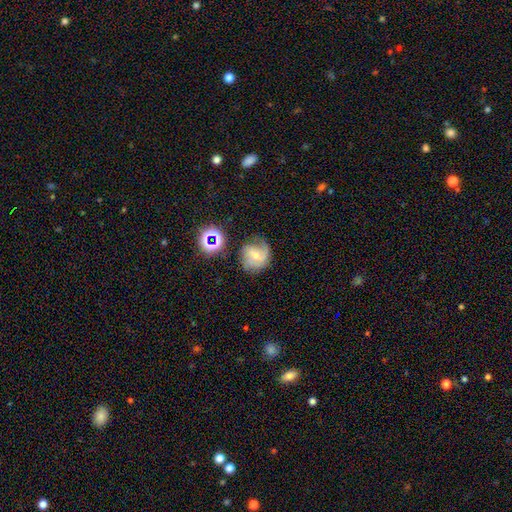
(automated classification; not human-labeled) smooth_or_featured: featured or disk (p=0.59) [alt: smooth p=0.28]
disk_edge_on: no (p=0.97) [alt: yes p=0.03]
bar: weak (p=0.47) [alt: no p=0.39]
has_spiral_arms: yes (p=0.88) [alt: no p=0.12]
bulge_size: small (p=0.51) [alt: moderate p=0.42]
merging: none (p=0.56) [alt: minor disturbance p=0.26]